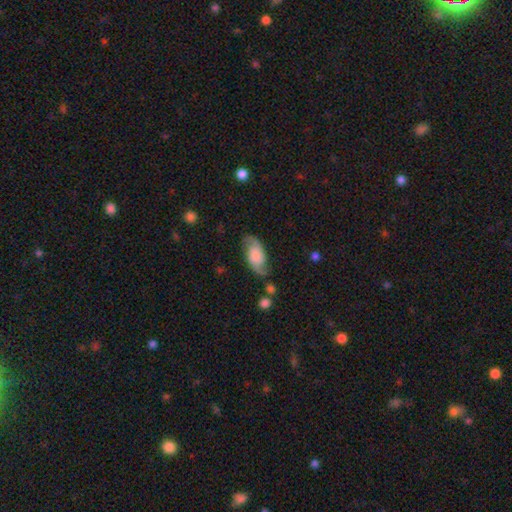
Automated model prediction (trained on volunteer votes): Smooth or featured?
  - featured or disk: 65% *
  - smooth: 28%
  - star or artifact: 7%
Edge-on disk?
  - no: 95% *
  - yes: 5%
Bar?
  - no: 66% *
  - weak: 28%
  - strong: 7%
Spiral arms?
  - yes: 93% *
  - no: 7%
Spiral winding?
  - loose: 45% *
  - medium: 39%
  - tight: 16%
Spiral arm count?
  - 2: 91% *
  - can't tell: 4%
  - 1: 2%
  - 3: 1%
  - 4: 1%
  - more than 4: 1%
Bulge size?
  - none: 29% *
  - small: 25%
  - large: 20%
  - moderate: 19%
  - dominant: 7%
Merging?
  - none: 70% *
  - minor disturbance: 20%
  - major disturbance: 8%
  - merger: 3%